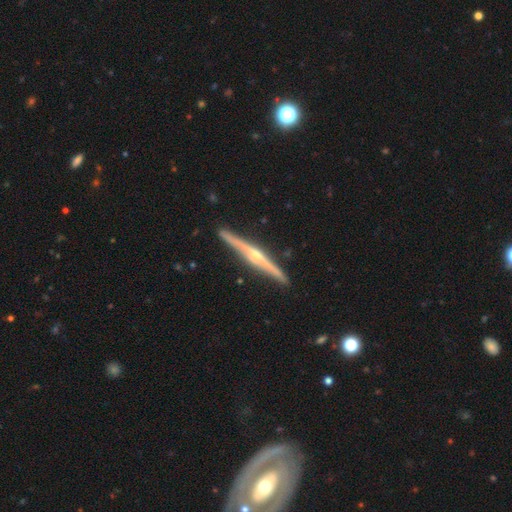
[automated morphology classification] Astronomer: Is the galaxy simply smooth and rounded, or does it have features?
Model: featured or disk — 85%.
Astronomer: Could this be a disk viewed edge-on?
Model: yes — 98%.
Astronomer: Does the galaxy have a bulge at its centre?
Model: rounded — 88%.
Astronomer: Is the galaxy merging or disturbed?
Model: none — 91%.